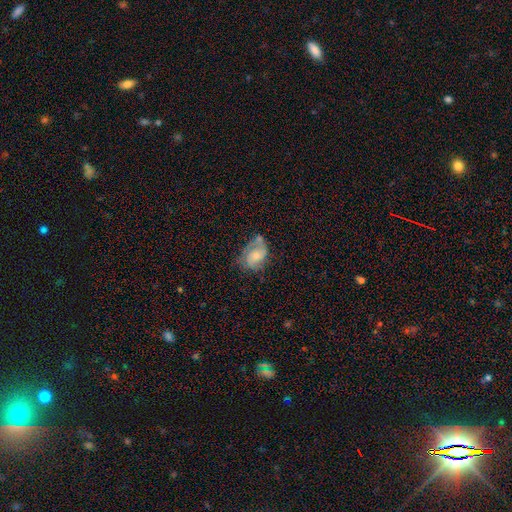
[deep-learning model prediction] A featured or disk galaxy (59%) with no bar (66%), spiral arms (83%) and a small central bulge (44%).

Vote fractions:
- Smooth or featured? featured or disk: 59% / smooth: 34% / star or artifact: 8%
- Edge-on disk? no: 97% / yes: 3%
- Bar? no: 66% / weak: 29% / strong: 5%
- Spiral arms? yes: 83% / no: 17%
- Bulge size? small: 44% / moderate: 40% / none: 9% / large: 6% / dominant: 1%
- Merging? none: 44% / minor disturbance: 30% / major disturbance: 18% / merger: 8%